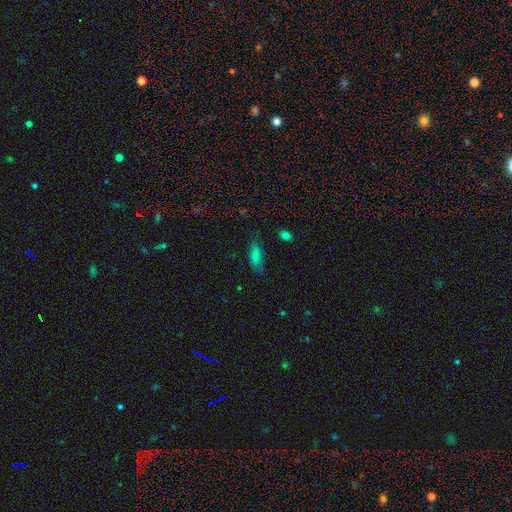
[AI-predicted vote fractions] Smooth or featured? Predicted: smooth (p=0.79). How rounded? Predicted: in between (p=0.73). Merging? Predicted: none (p=0.75).